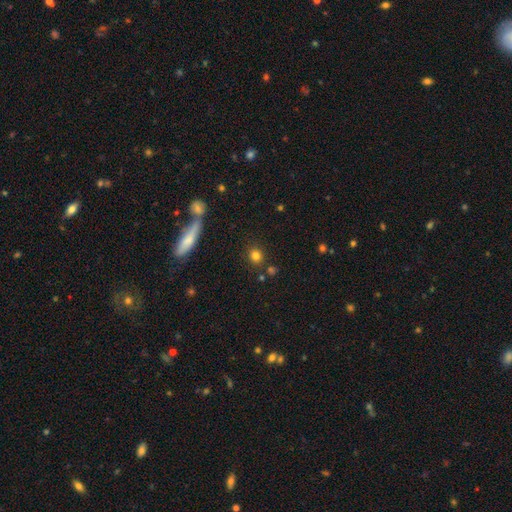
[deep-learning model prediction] Overall: smooth (79%). How rounded: round (84%). Merging: none (82%).